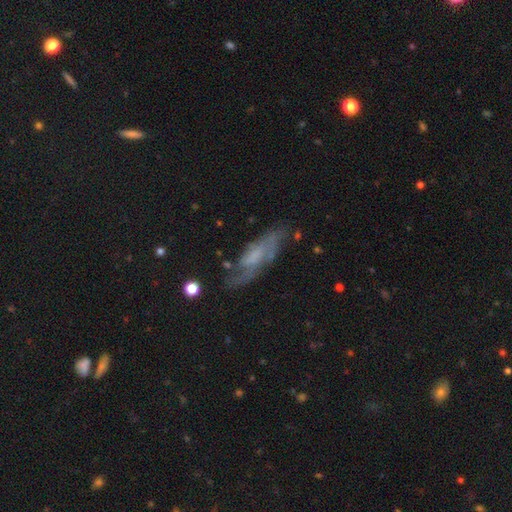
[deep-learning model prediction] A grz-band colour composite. It shows a featured or disk galaxy (64%) with no bar (59%), spiral arms (76%) and no central bulge (44%). Merging: none (59%).